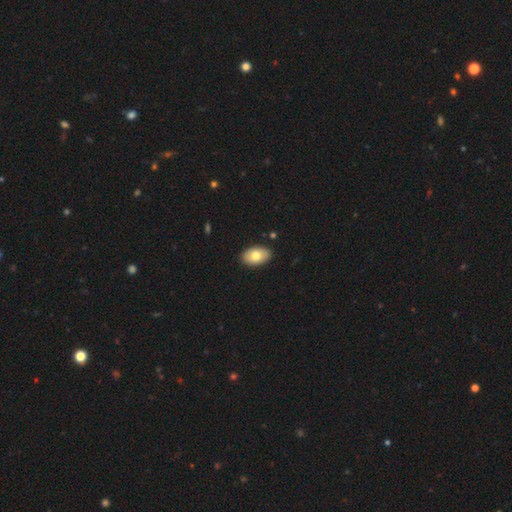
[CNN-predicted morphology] Smooth or featured? smooth (76%)
How rounded? in between (94%)
Merging? none (89%)